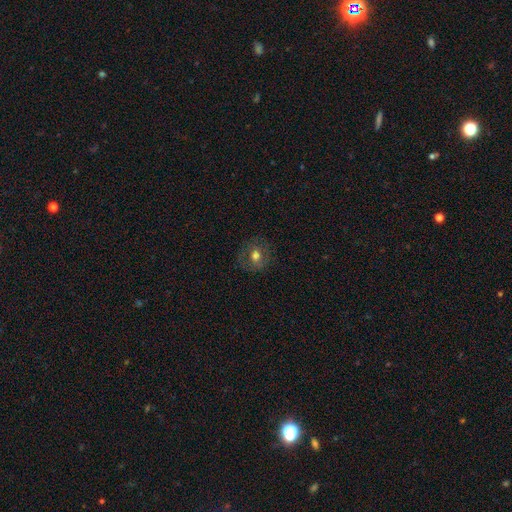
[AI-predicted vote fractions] Morphology: type=smooth (61%); roundness=round (73%); merging=none (81%).